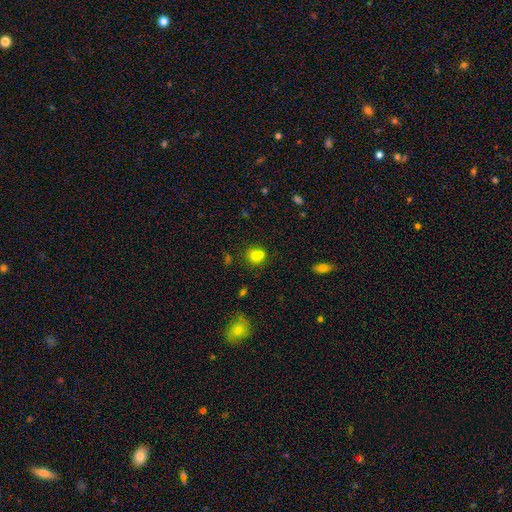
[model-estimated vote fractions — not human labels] Overall: smooth (73%). How rounded: round (81%). Merging: none (47%; merger 41%).